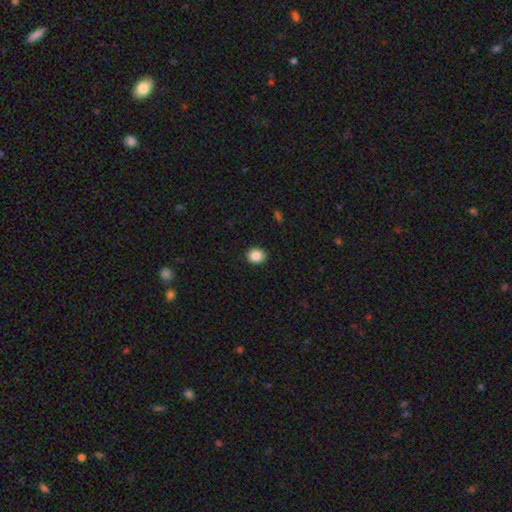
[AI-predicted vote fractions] smooth-or-featured: smooth: 87% | star or artifact: 9% | featured or disk: 4%
  how-rounded: round: 68% | in between: 31% | cigar-shaped: 1%
  merging: none: 90% | minor disturbance: 7% | major disturbance: 2% | merger: 1%